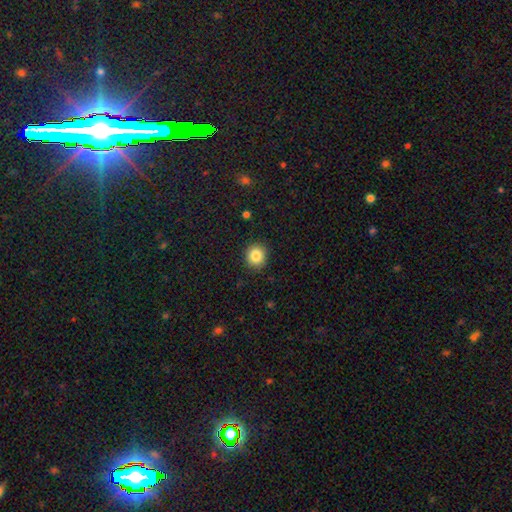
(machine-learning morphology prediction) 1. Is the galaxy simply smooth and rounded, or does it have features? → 85% smooth, 10% star or artifact, 5% featured or disk.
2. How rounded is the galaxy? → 89% round, 10% in between, 1% cigar-shaped.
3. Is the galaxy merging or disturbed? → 91% none, 6% minor disturbance, 2% major disturbance, 1% merger.